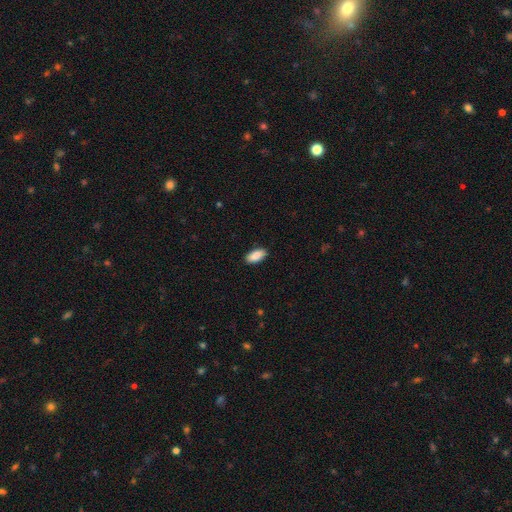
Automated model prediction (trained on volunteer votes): Smooth or featured? Predicted: smooth (p=0.89). How rounded? Predicted: in between (p=0.91). Merging? Predicted: none (p=0.89).